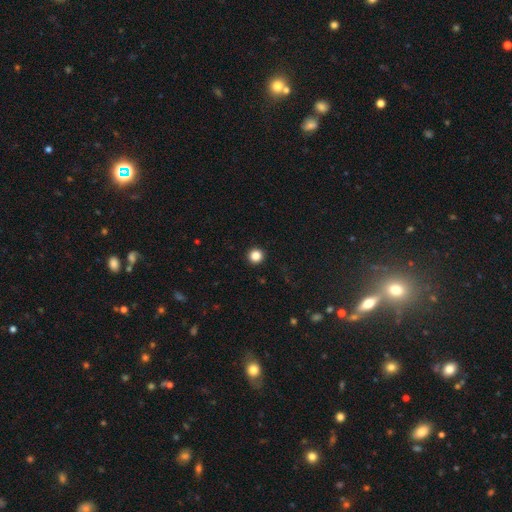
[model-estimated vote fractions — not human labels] Smooth or featured? Predicted: smooth (p=0.85). How rounded? Predicted: round (p=0.96). Merging? Predicted: none (p=0.94).